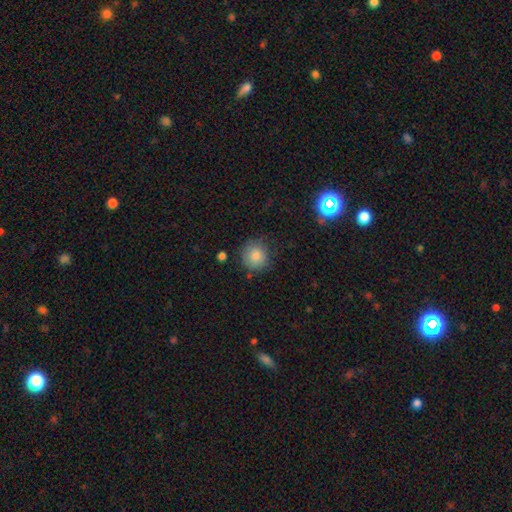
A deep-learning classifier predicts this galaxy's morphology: A smooth galaxy with no disk features (81%) that is round (90%).

Vote fractions:
- Smooth or featured? smooth: 81% / star or artifact: 11% / featured or disk: 9%
- How rounded? round: 90% / in between: 9% / cigar-shaped: 1%
- Merging? none: 78% / minor disturbance: 16% / major disturbance: 4% / merger: 2%